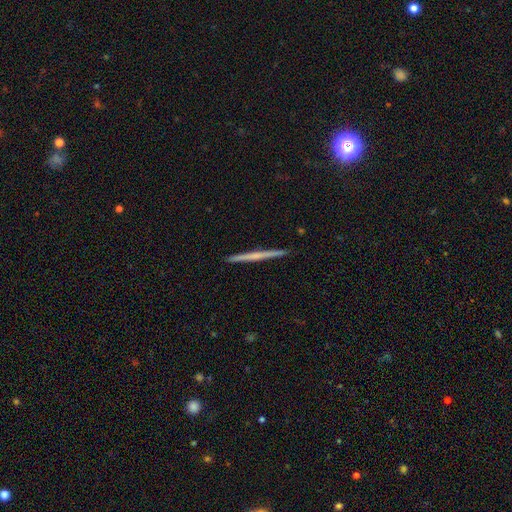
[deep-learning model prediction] smooth_or_featured: featured or disk (p=0.59) [alt: smooth p=0.35]
disk_edge_on: yes (p=0.98) [alt: no p=0.02]
edge_on_bulge: none (p=0.74) [alt: rounded p=0.20]
merging: none (p=0.93) [alt: minor disturbance p=0.05]